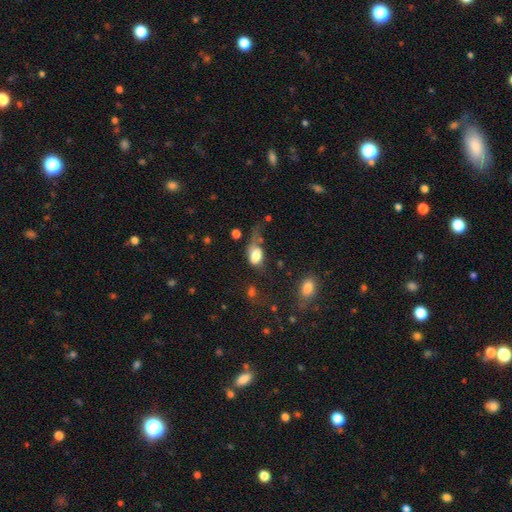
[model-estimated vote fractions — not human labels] Smooth or featured? Predicted: smooth (p=0.72). How rounded? Predicted: in between (p=0.82). Merging? Predicted: major disturbance (p=0.48).